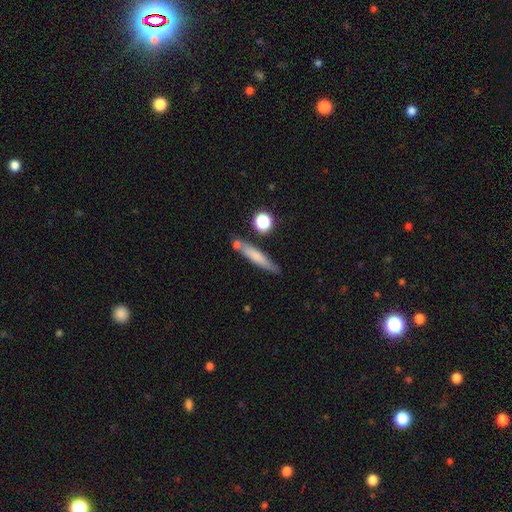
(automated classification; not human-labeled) Q: Smooth or featured?
A: smooth (65%); runner-up: featured or disk (26%)
Q: How rounded?
A: cigar-shaped (88%); runner-up: in between (9%)
Q: Merging?
A: none (72%); runner-up: minor disturbance (14%)